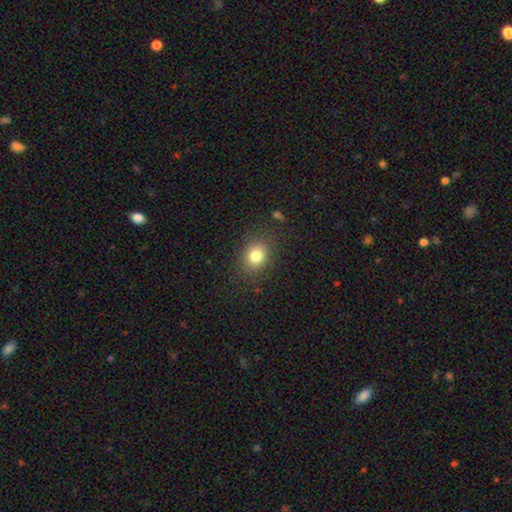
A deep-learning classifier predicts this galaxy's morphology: Q: Smooth or featured?
A: smooth (81%); runner-up: star or artifact (12%)
Q: How rounded?
A: round (56%); runner-up: in between (43%)
Q: Merging?
A: none (83%); runner-up: minor disturbance (11%)